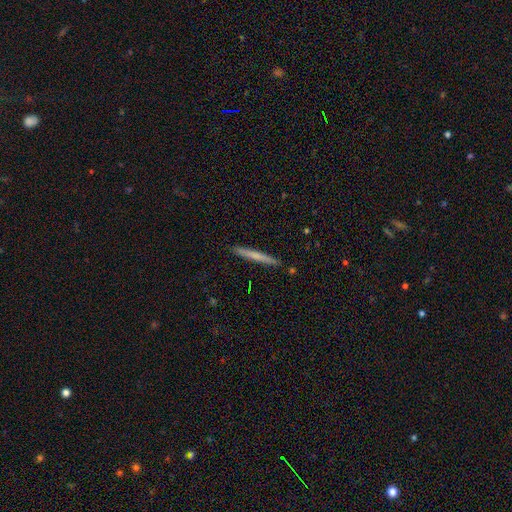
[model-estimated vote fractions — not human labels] smooth 61%, featured or disk 34%, star or artifact 6%. Down the decision tree: how rounded — cigar-shaped (97%); merging — none (91%).